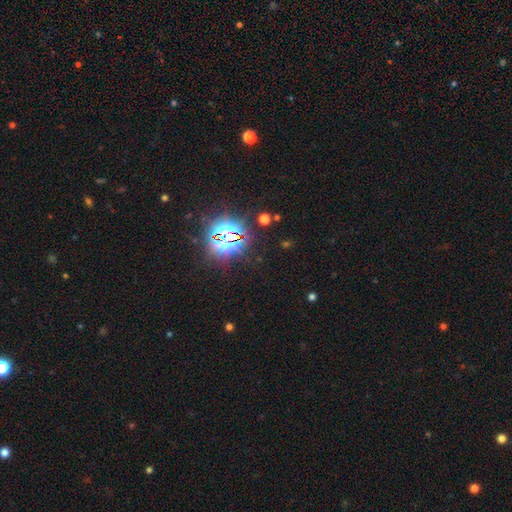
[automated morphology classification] smooth-or-featured: star or artifact: 85% | smooth: 9% | featured or disk: 6%